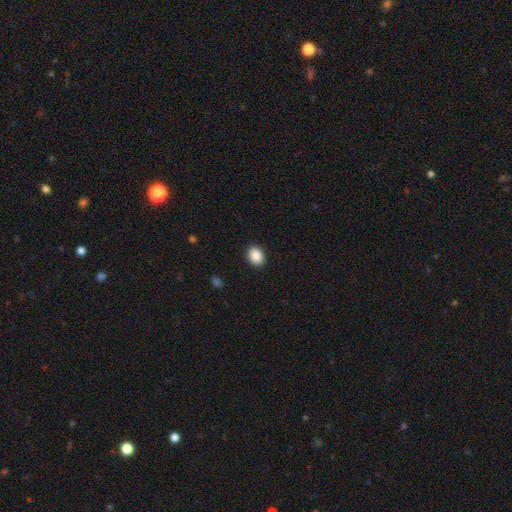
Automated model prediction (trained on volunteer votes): smooth 89%, star or artifact 8%, featured or disk 3%. Down the decision tree: how rounded — in between (58%); merging — none (91%).